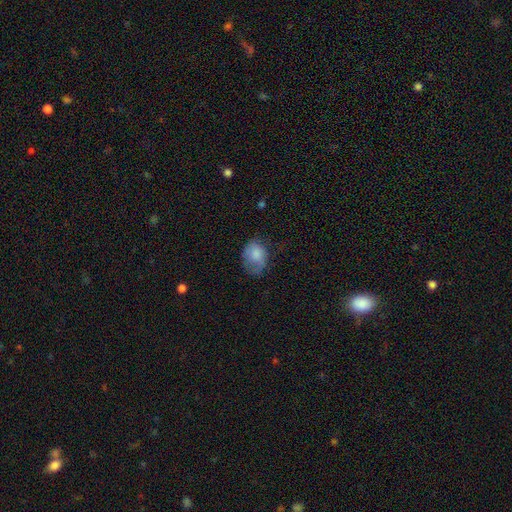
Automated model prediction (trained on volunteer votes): A smooth galaxy with no disk features (74%) that is in between round and cigar-shaped (65%). Merging: none (47%).